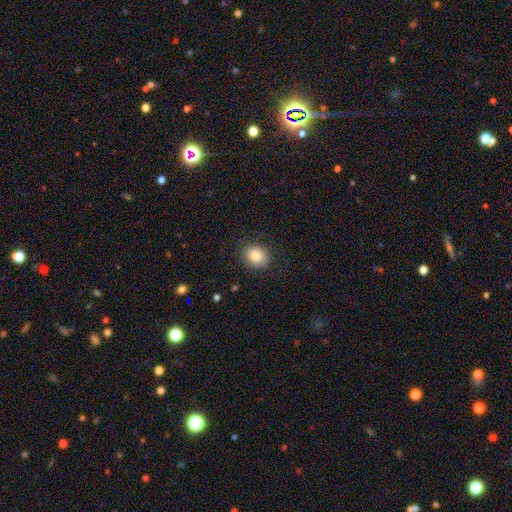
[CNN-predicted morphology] Overall: smooth (85%). How rounded: round (62%; in between 37%). Merging: none (85%).